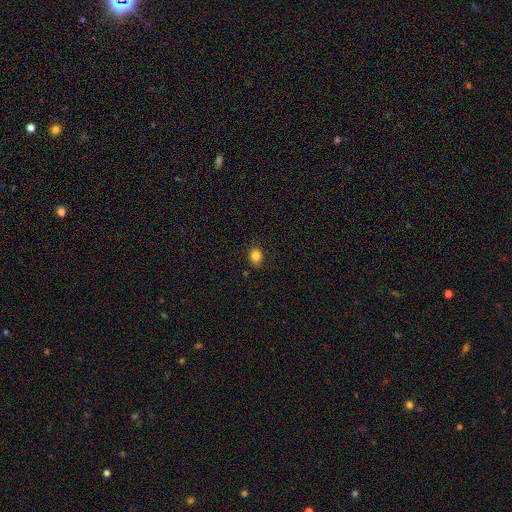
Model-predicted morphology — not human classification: Smooth or featured? smooth (84%)
How rounded? round (60%)
Merging? none (87%)